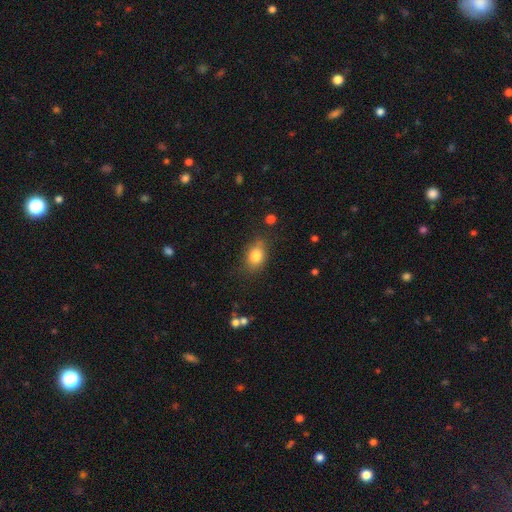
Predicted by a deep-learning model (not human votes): smooth 82%, star or artifact 9%, featured or disk 9%. Down the decision tree: how rounded — in between (68%); merging — none (73%).